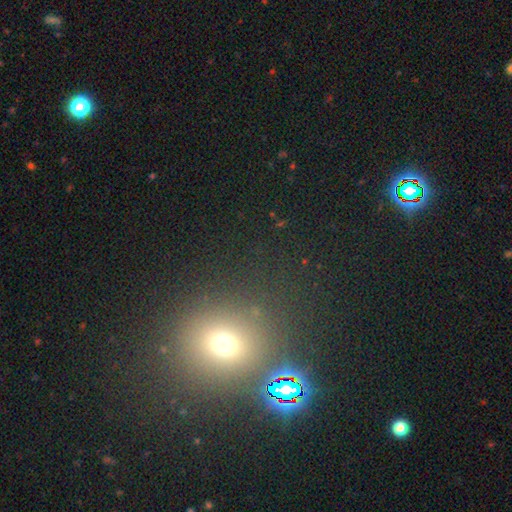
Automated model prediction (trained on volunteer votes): smooth_or_featured: smooth (p=0.46) [alt: star or artifact p=0.45]
merging: none (p=0.82) [alt: minor disturbance p=0.09]